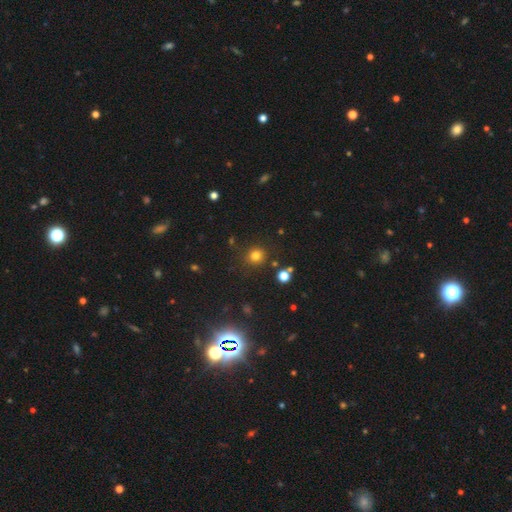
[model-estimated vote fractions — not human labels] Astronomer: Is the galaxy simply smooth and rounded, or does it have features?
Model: smooth — 76%.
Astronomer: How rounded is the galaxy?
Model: round — 90%.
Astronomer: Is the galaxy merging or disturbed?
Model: none — 86%.